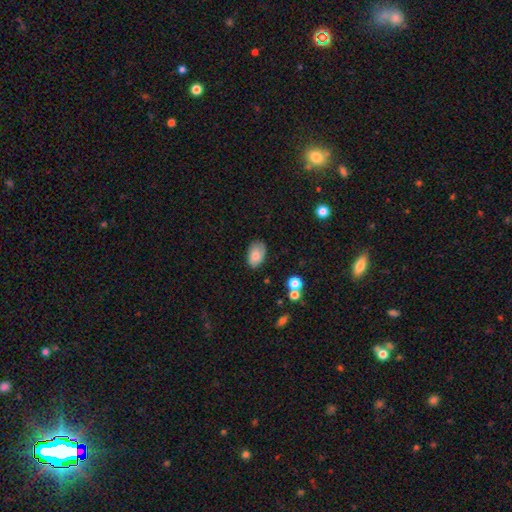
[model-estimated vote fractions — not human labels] Smooth or featured? Predicted: smooth (p=0.82). How rounded? Predicted: in between (p=0.92). Merging? Predicted: none (p=0.75).